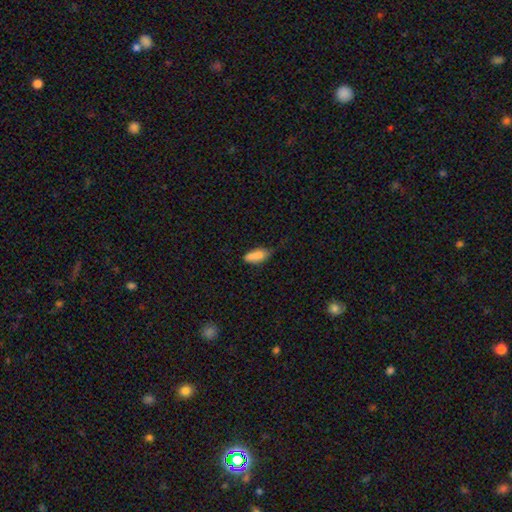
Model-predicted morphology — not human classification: type=smooth (82%); roundness=in between (77%); merging=none (45%).